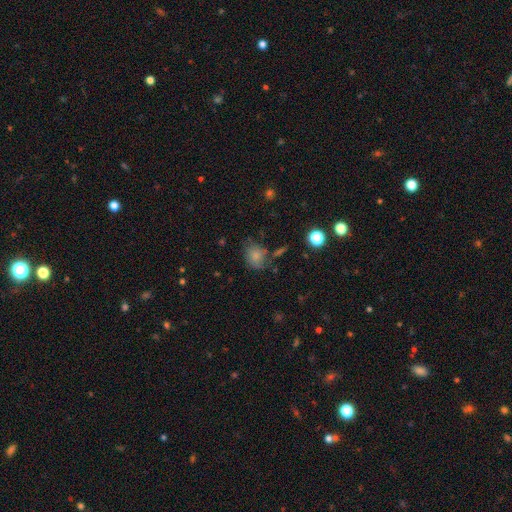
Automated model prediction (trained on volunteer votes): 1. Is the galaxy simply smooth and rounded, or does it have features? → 78% smooth, 11% star or artifact, 10% featured or disk.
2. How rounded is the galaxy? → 56% round, 42% in between, 1% cigar-shaped.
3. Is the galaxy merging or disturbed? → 60% none, 23% minor disturbance, 9% major disturbance, 8% merger.